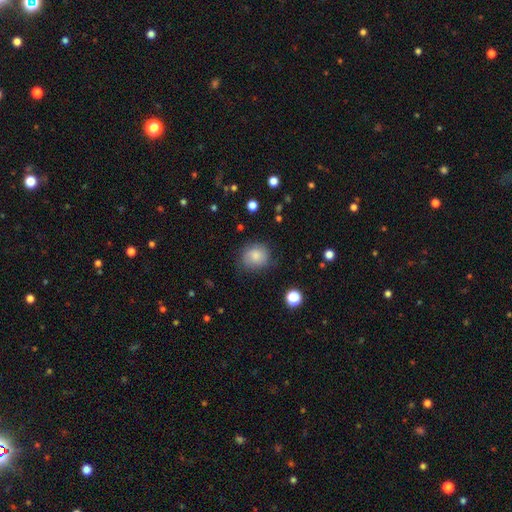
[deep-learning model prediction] Smooth or featured? smooth (79%)
How rounded? round (75%)
Merging? none (70%)